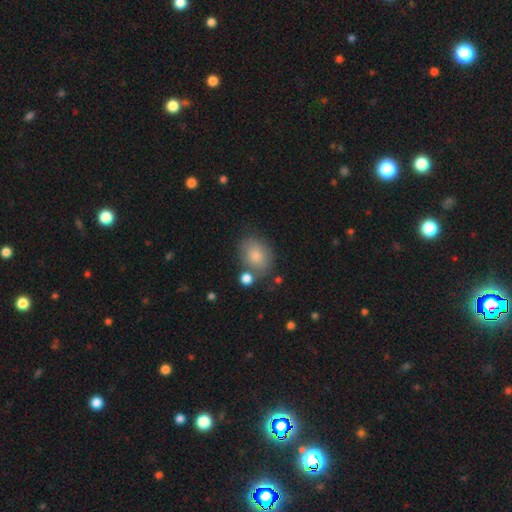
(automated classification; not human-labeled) A smooth galaxy with no disk features (81%) that is in between round and cigar-shaped (60%). Merging: none (68%).